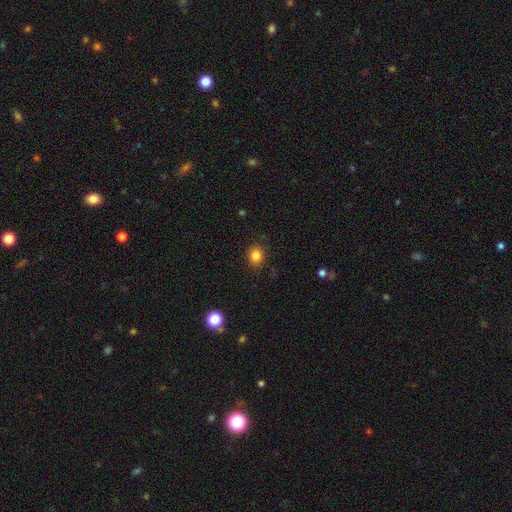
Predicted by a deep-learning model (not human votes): Smooth or featured?
  - smooth: 84% *
  - star or artifact: 11%
  - featured or disk: 5%
How rounded?
  - round: 70% *
  - in between: 29%
  - cigar-shaped: 1%
Merging?
  - none: 86% *
  - minor disturbance: 10%
  - major disturbance: 3%
  - merger: 1%